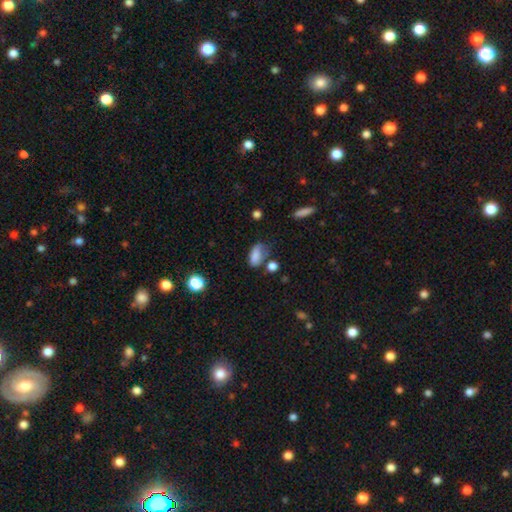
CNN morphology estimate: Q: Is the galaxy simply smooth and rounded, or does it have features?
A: smooth — 80%.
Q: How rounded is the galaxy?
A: in between — 86%.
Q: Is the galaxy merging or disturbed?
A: none — 39%.